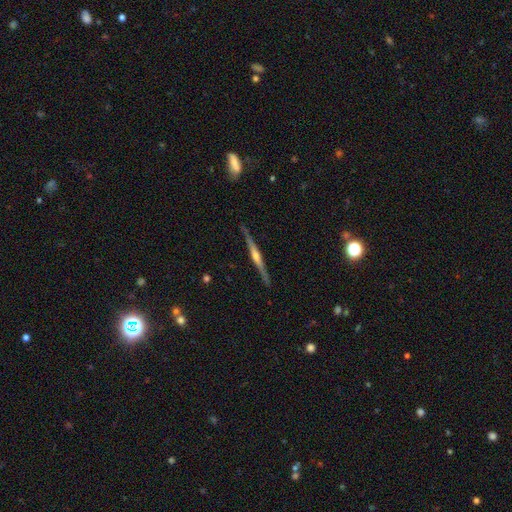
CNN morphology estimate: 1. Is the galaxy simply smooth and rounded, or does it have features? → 78% featured or disk, 17% smooth, 5% star or artifact.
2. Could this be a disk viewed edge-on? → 98% yes, 2% no.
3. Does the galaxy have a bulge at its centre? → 73% rounded, 16% none, 11% boxy.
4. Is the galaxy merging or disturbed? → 88% none, 9% minor disturbance, 2% major disturbance, 1% merger.